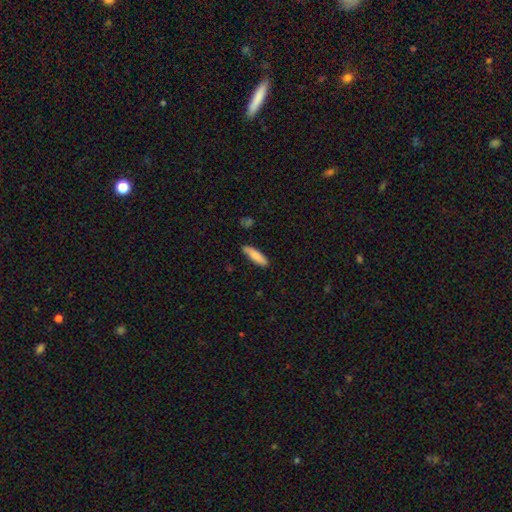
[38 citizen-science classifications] This appears to be a smooth galaxy with no disk features (84%) that is cigar-shaped (66%). Merging: none (71%).